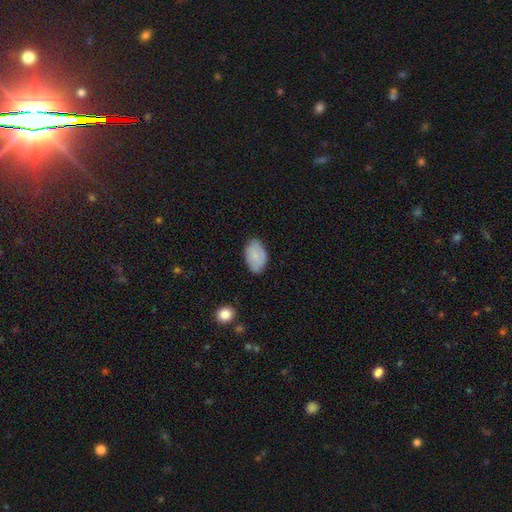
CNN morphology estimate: Q: Smooth or featured?
A: smooth (81%); runner-up: featured or disk (12%)
Q: How rounded?
A: in between (91%); runner-up: round (7%)
Q: Merging?
A: none (80%); runner-up: minor disturbance (16%)